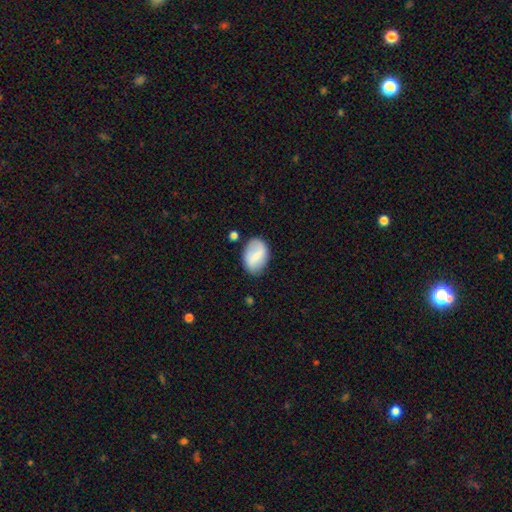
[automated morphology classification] Q: Smooth or featured?
A: smooth (68%); runner-up: featured or disk (25%)
Q: How rounded?
A: in between (84%); runner-up: round (14%)
Q: Merging?
A: none (73%); runner-up: minor disturbance (18%)